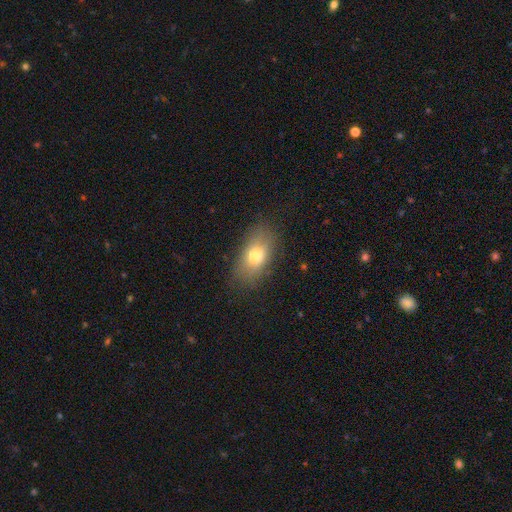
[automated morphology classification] This is likely a smooth galaxy (72%). How rounded: clearly in between (85%). Merging: likely none (79%).